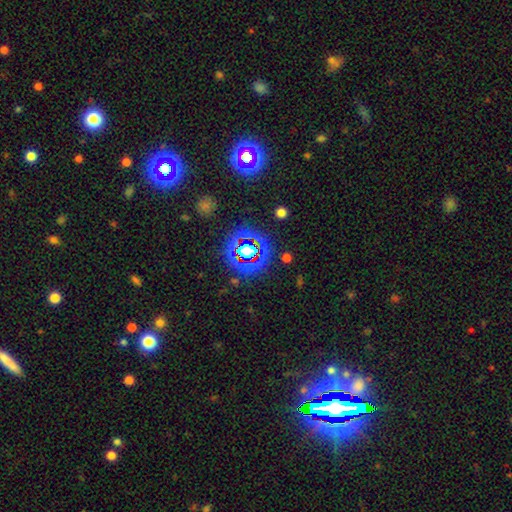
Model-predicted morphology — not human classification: smooth-or-featured: star or artifact: 76% | smooth: 13% | featured or disk: 11%